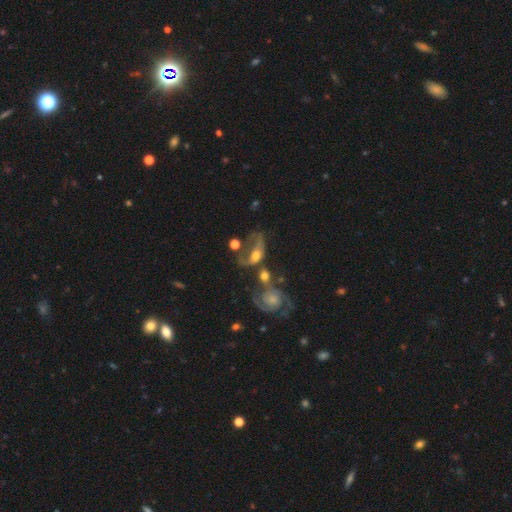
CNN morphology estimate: This appears to be a featured or disk galaxy (64%) with no bar (69%), spiral arms (68%) and a moderate central bulge (52%). Merging: merger (44%).